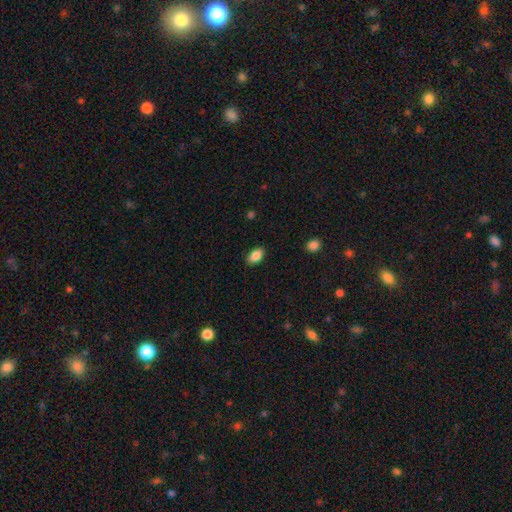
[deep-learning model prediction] A smooth galaxy with no disk features (87%) that is in between round and cigar-shaped (90%).

Vote fractions:
- Smooth or featured? smooth: 87% / star or artifact: 8% / featured or disk: 5%
- How rounded? in between: 90% / round: 8% / cigar-shaped: 2%
- Merging? none: 87% / minor disturbance: 9% / major disturbance: 2% / merger: 1%